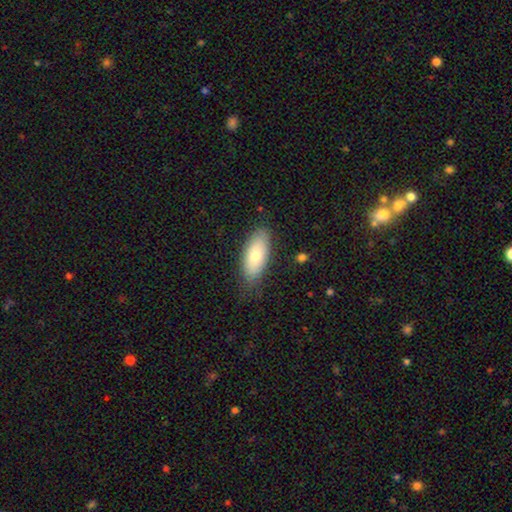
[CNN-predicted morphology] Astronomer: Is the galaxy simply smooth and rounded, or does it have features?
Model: smooth — 75%.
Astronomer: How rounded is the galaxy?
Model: in between — 83%.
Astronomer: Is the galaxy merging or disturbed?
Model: none — 80%.